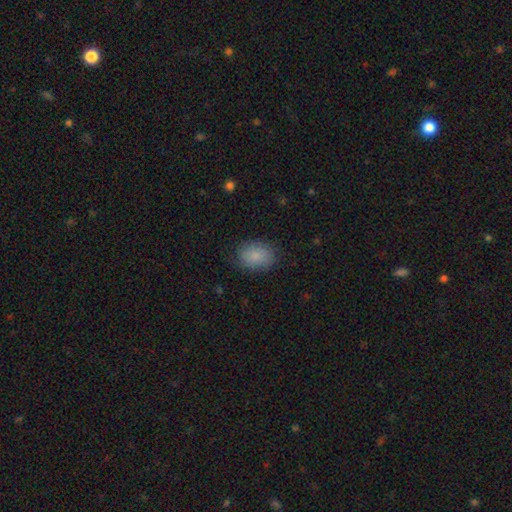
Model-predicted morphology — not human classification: This appears to be a smooth galaxy with no disk features (86%) that is in between round and cigar-shaped (64%). Merging: none (83%).